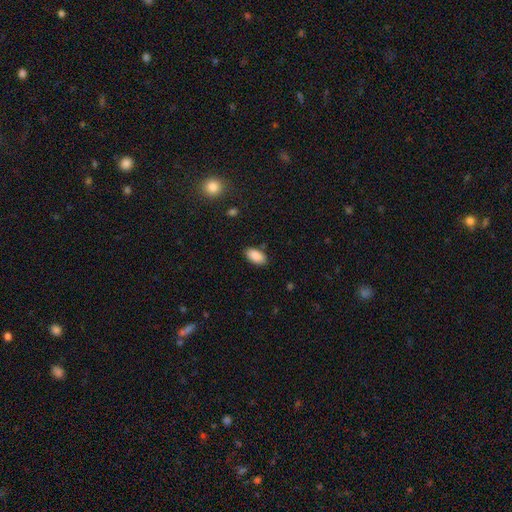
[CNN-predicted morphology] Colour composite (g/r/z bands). It shows a smooth galaxy with no disk features (89%) that is in between round and cigar-shaped (94%). Merging: none (85%).